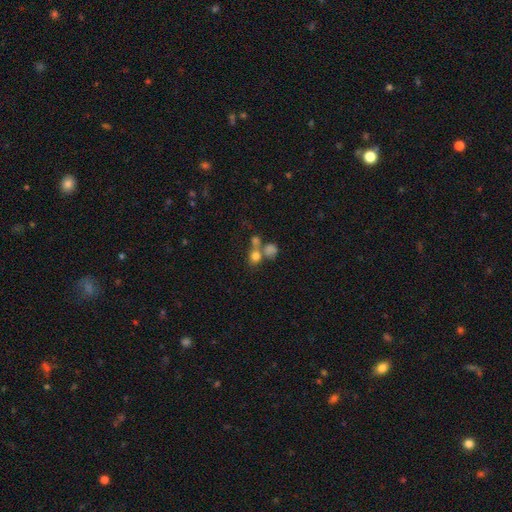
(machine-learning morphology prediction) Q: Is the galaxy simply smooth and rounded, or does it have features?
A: smooth — 48%.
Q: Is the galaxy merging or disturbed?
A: none — 47%.